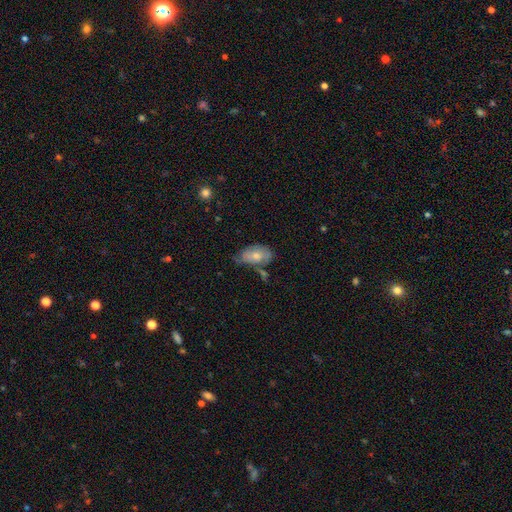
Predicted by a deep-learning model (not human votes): This appears to be a smooth galaxy with no disk features (66%) that is in between round and cigar-shaped (91%). Merging: none (41%).